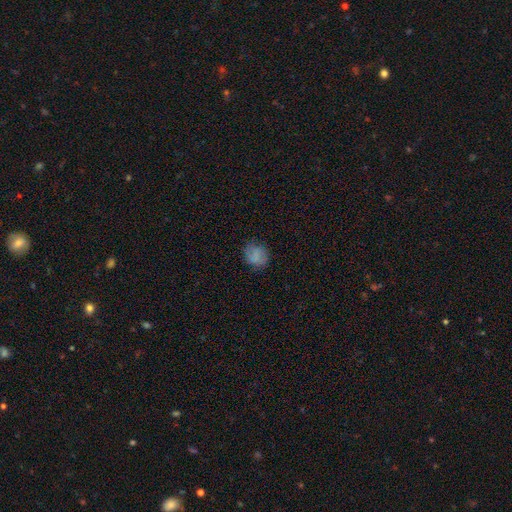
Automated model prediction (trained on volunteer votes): smooth-or-featured: smooth: 74% | featured or disk: 15% | star or artifact: 11%
  how-rounded: round: 69% | in between: 30% | cigar-shaped: 1%
  merging: none: 74% | minor disturbance: 19% | major disturbance: 6% | merger: 1%